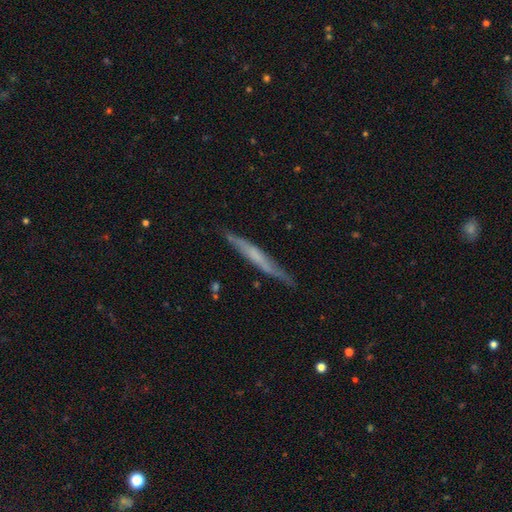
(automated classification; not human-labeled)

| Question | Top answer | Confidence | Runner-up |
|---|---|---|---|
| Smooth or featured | featured or disk | 55% | smooth (39%) |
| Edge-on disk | yes | 92% | no (8%) |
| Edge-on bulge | none | 69% | rounded (19%) |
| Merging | none | 82% | minor disturbance (14%) |